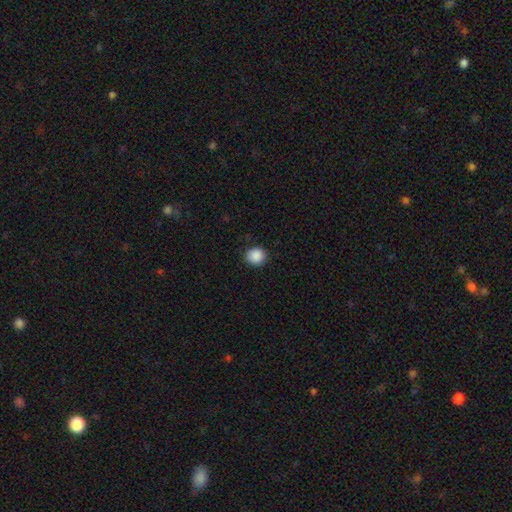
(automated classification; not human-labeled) The model was most divided on "how rounded": round: 87%, in between: 12%, cigar-shaped: 1%. More confident: merging — none (89%); smooth or featured — smooth (89%).